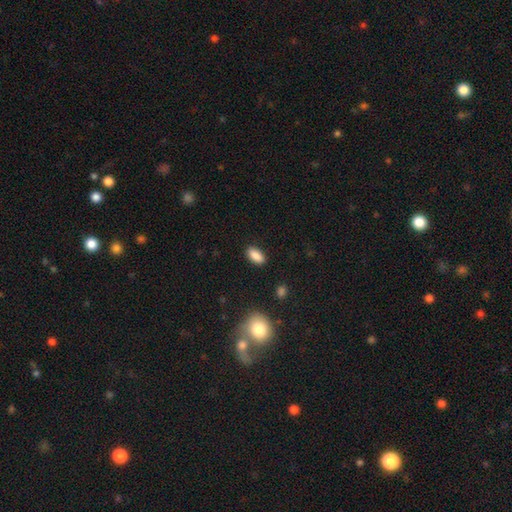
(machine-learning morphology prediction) smooth 88%, star or artifact 8%, featured or disk 4%. Down the decision tree: how rounded — in between (90%); merging — none (88%).